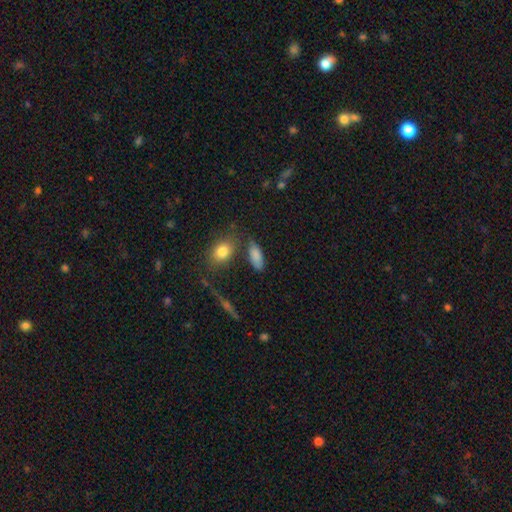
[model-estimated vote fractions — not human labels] This is clearly a smooth galaxy (82%). How rounded: clearly in between (81%). Merging: likely none (67%).